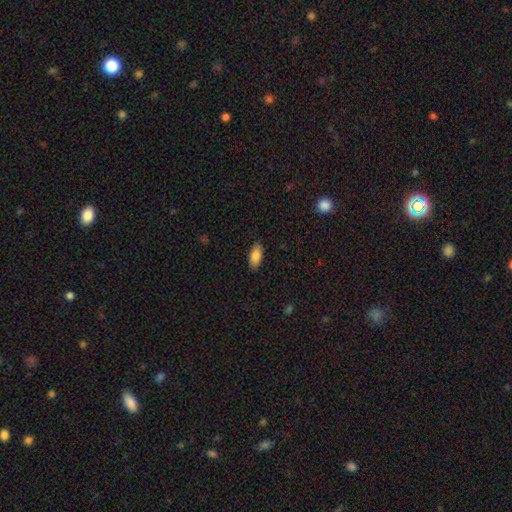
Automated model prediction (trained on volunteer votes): Smooth or featured? Predicted: smooth (p=0.85). How rounded? Predicted: in between (p=0.88). Merging? Predicted: none (p=0.86).